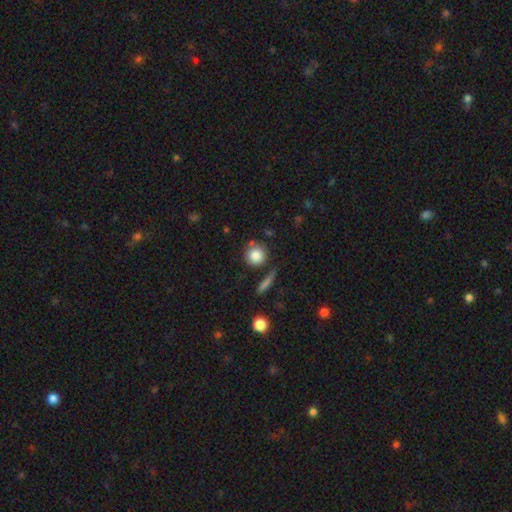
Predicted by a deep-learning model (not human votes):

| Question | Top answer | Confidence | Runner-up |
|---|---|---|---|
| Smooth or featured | smooth | 84% | star or artifact (9%) |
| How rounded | round | 91% | in between (8%) |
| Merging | none | 76% | minor disturbance (11%) |